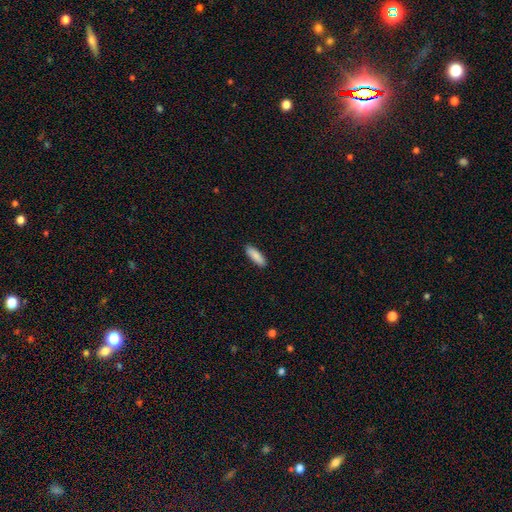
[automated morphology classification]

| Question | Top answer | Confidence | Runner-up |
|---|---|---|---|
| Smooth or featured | smooth | 88% | featured or disk (6%) |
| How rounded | in between | 51% | cigar-shaped (48%) |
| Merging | none | 90% | minor disturbance (8%) |